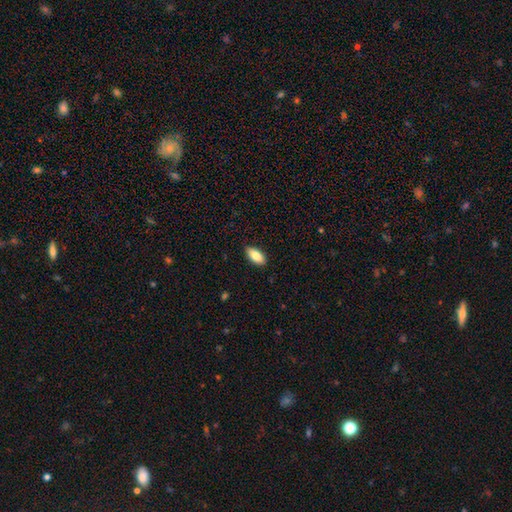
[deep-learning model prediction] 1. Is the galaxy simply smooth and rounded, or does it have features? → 83% smooth, 11% featured or disk, 7% star or artifact.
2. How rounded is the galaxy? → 90% in between, 7% cigar-shaped, 2% round.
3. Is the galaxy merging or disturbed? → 89% none, 9% minor disturbance, 2% major disturbance, 1% merger.